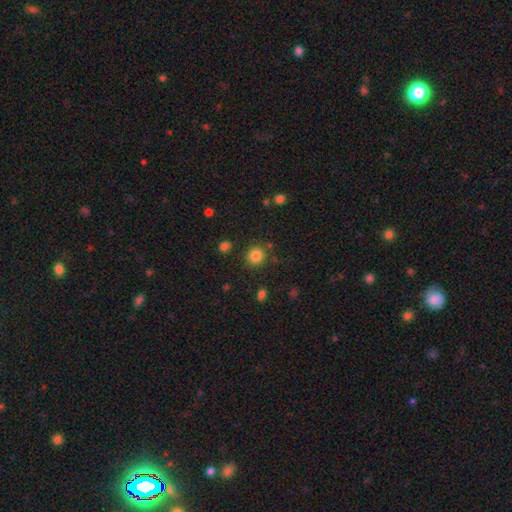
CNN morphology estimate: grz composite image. It shows a smooth galaxy with no disk features (83%) that is round (85%). Merging: none (84%).